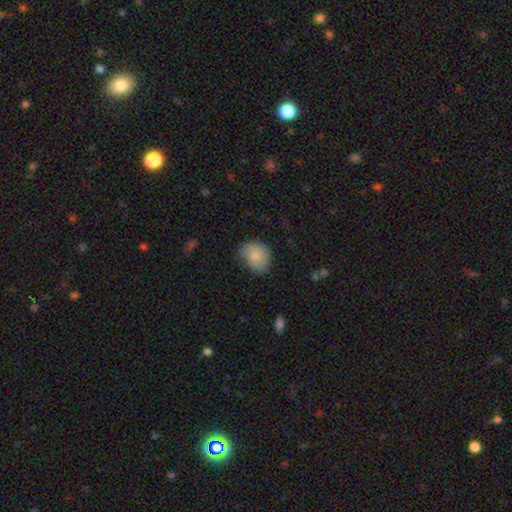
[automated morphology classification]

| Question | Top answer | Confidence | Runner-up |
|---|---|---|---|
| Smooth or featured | smooth | 79% | featured or disk (14%) |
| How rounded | round | 55% | in between (44%) |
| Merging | none | 57% | minor disturbance (33%) |